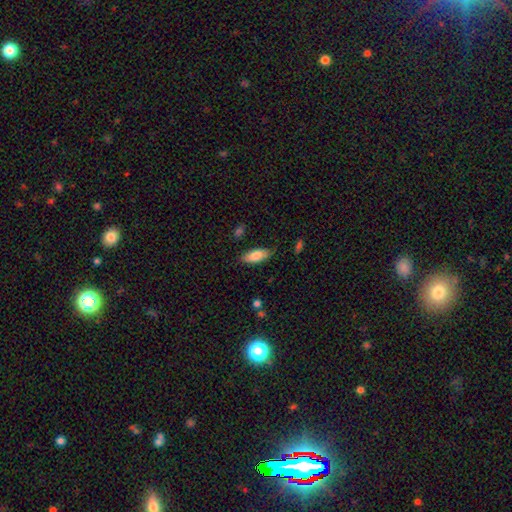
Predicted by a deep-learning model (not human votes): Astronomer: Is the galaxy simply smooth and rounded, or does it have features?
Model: smooth — 83%.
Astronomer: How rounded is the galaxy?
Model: in between — 80%.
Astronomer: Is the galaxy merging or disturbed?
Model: none — 80%.